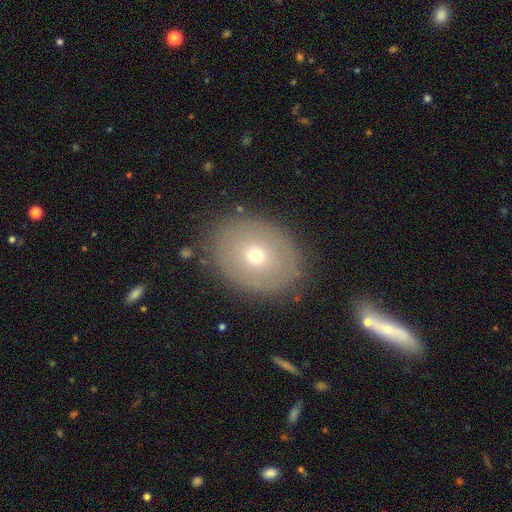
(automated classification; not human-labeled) smooth 61%, featured or disk 29%, star or artifact 11%. Down the decision tree: how rounded — in between (56%); merging — none (85%).